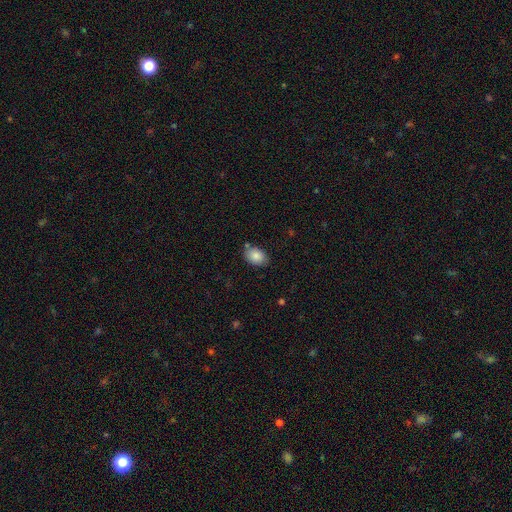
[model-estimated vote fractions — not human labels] Smooth or featured? smooth (86%)
How rounded? in between (76%)
Merging? none (76%)